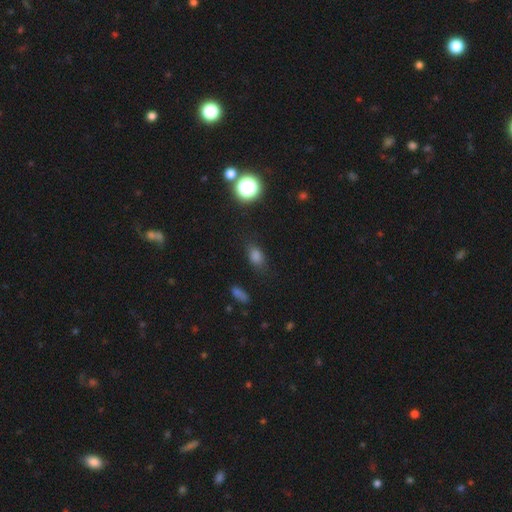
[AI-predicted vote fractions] Q: Smooth or featured?
A: smooth (75%); runner-up: star or artifact (18%)
Q: How rounded?
A: in between (73%); runner-up: round (21%)
Q: Merging?
A: none (77%); runner-up: minor disturbance (16%)